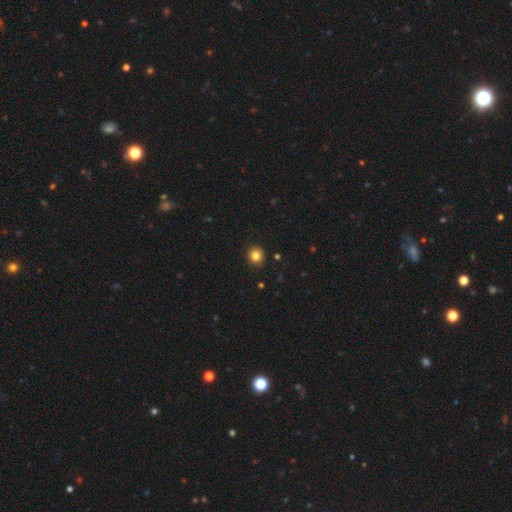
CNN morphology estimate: Overall: smooth (84%). How rounded: round (92%). Merging: none (92%).